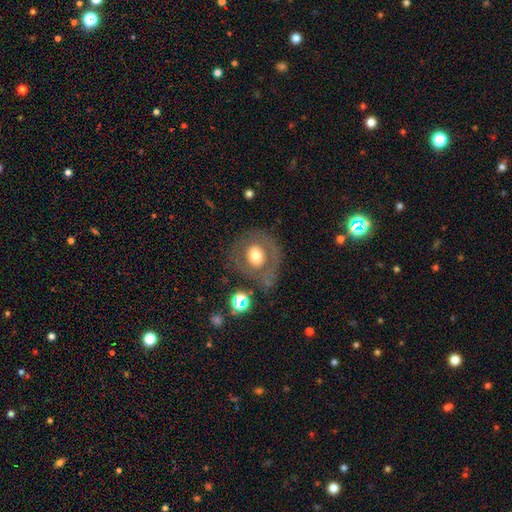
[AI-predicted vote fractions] Smooth or featured? Predicted: smooth (p=0.50). Merging? Predicted: none (p=0.70).